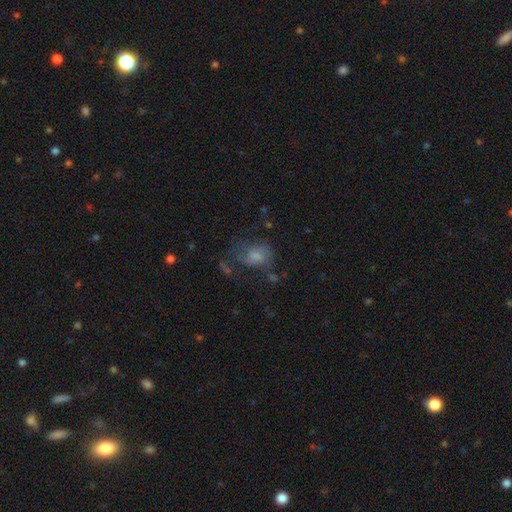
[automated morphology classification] smooth 44%, featured or disk 37%, star or artifact 20%. Down the decision tree: merging — none (49%).